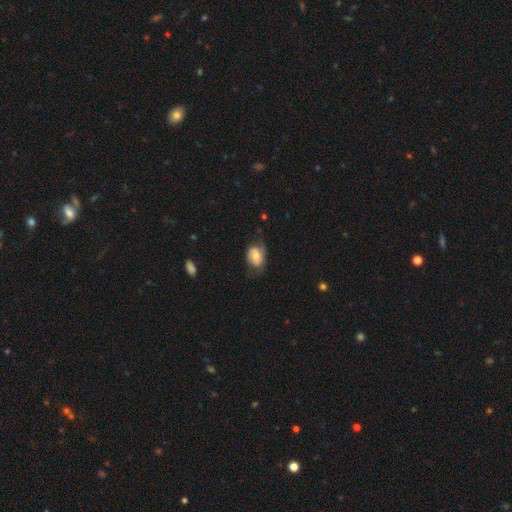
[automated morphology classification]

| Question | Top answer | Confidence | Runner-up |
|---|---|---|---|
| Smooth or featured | smooth | 54% | featured or disk (38%) |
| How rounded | in between | 70% | round (29%) |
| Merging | none | 53% | minor disturbance (30%) |